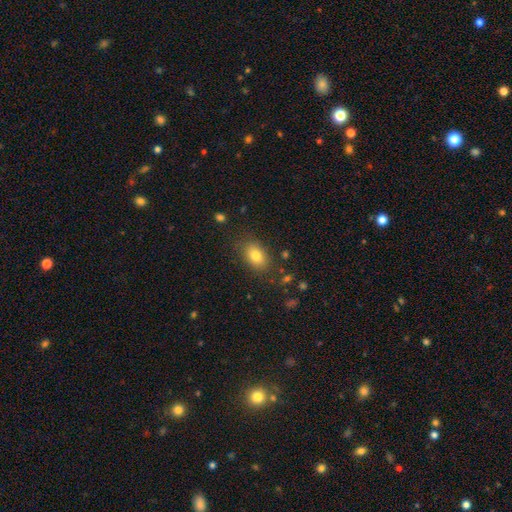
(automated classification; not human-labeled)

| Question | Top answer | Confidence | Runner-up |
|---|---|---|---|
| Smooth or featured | smooth | 80% | featured or disk (10%) |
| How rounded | in between | 82% | round (16%) |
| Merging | none | 83% | minor disturbance (12%) |